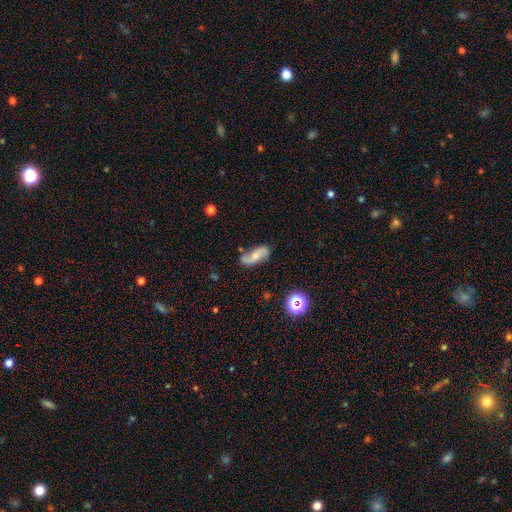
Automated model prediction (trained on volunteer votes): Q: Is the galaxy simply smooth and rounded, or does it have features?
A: featured or disk — 57%.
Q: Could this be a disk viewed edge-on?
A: no — 91%.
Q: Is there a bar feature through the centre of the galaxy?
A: no — 58%.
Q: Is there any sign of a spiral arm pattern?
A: yes — 90%.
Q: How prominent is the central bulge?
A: small — 42%.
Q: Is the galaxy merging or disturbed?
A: none — 67%.